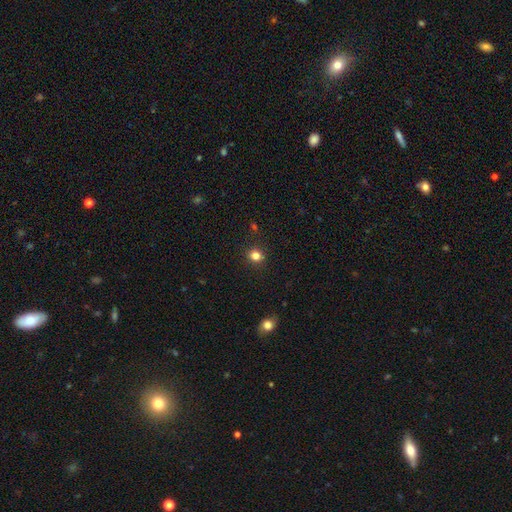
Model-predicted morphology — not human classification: A smooth galaxy with no disk features (81%) that is round (80%).

Vote fractions:
- Smooth or featured? smooth: 81% / star or artifact: 13% / featured or disk: 5%
- How rounded? round: 80% / in between: 19% / cigar-shaped: 1%
- Merging? none: 89% / minor disturbance: 7% / major disturbance: 2% / merger: 2%